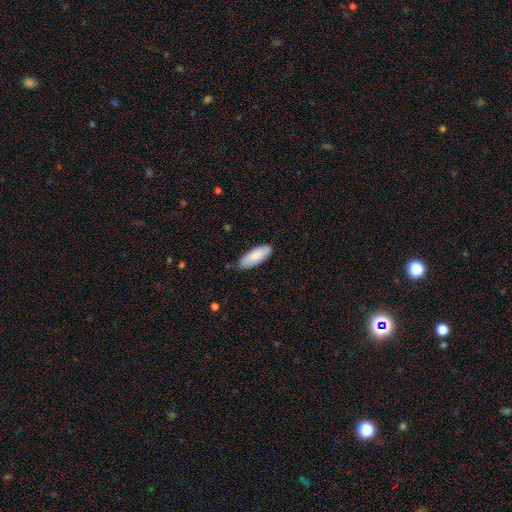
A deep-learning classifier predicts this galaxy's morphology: The model was most divided on "how rounded": in between: 70%, cigar-shaped: 29%, round: 1%. More confident: smooth or featured — smooth (85%); merging — none (80%).